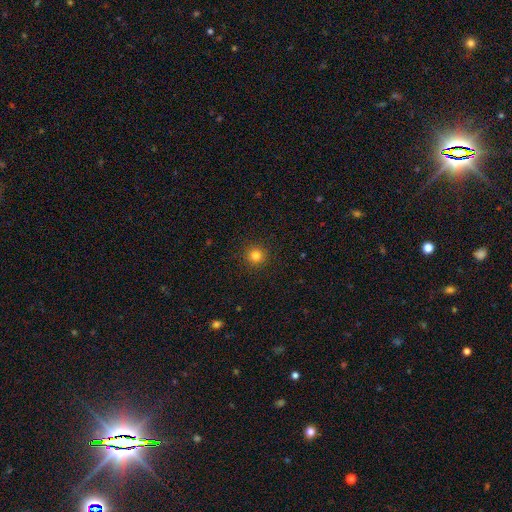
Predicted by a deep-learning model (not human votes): smooth_or_featured: smooth (p=0.82) [alt: star or artifact p=0.13]
how_rounded: round (p=0.95) [alt: in between p=0.04]
merging: none (p=0.92) [alt: minor disturbance p=0.05]